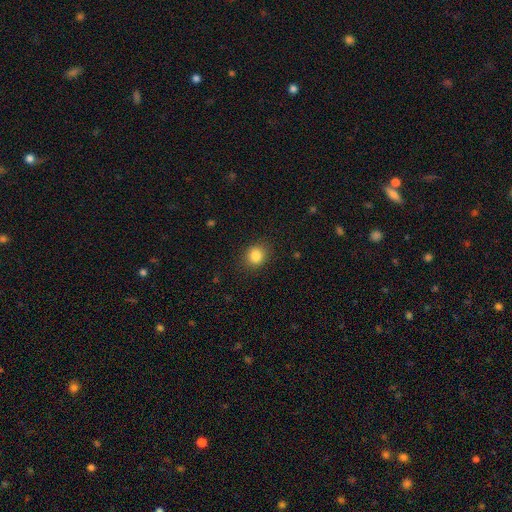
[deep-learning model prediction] Q: Smooth or featured?
A: smooth (85%); runner-up: star or artifact (11%)
Q: How rounded?
A: round (73%); runner-up: in between (27%)
Q: Merging?
A: none (87%); runner-up: minor disturbance (9%)